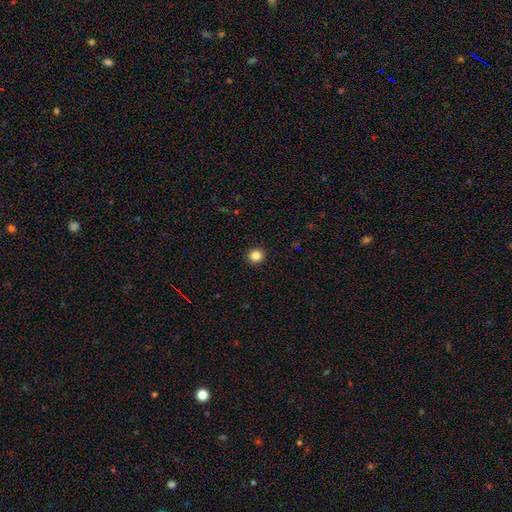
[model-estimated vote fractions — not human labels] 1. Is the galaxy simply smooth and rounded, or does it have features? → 84% smooth, 12% star or artifact, 4% featured or disk.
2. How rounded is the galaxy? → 93% round, 6% in between, 1% cigar-shaped.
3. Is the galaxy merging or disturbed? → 93% none, 4% minor disturbance, 1% major disturbance, 1% merger.